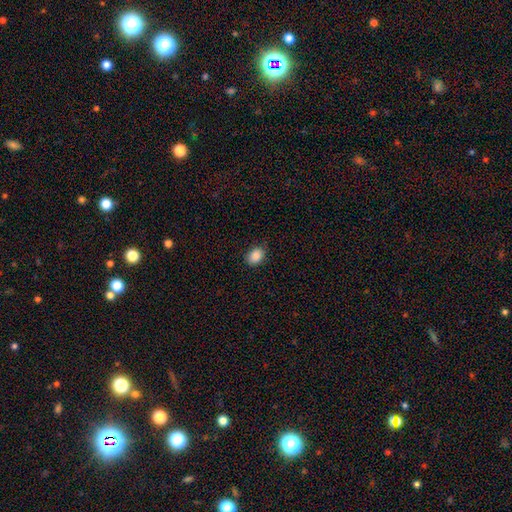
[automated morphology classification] This is clearly a smooth galaxy (88%). How rounded: likely in between (69%). Merging: clearly none (81%).